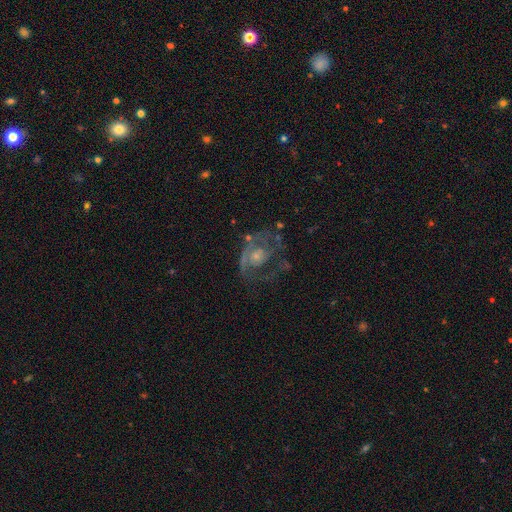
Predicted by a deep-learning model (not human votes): Overall: featured or disk (74%). Edge-on disk: no (97%). Bar: no (79%). Spiral arms: yes (69%; no 31%). Bulge size: small (53%; moderate 33%). Merging: none (42%; major disturbance 36%).